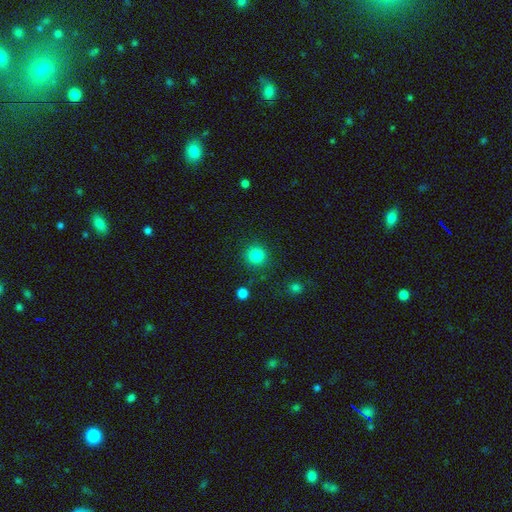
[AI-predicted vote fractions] A smooth galaxy with no disk features (84%) that is round (93%).

Vote fractions:
- Smooth or featured? smooth: 84% / star or artifact: 12% / featured or disk: 4%
- How rounded? round: 93% / in between: 6% / cigar-shaped: 1%
- Merging? none: 88% / minor disturbance: 7% / major disturbance: 3% / merger: 2%